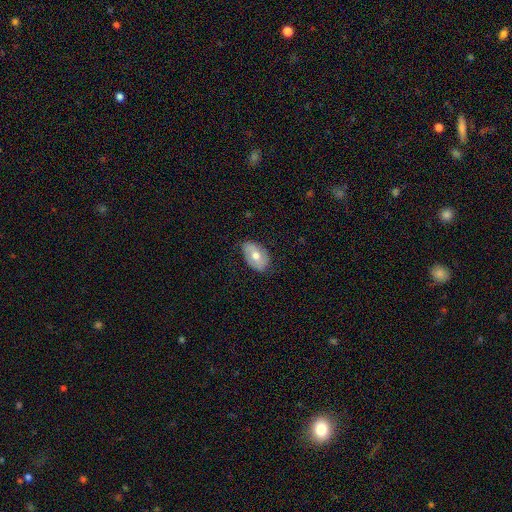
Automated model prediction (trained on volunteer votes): A smooth galaxy with no disk features (55%) that is in between round and cigar-shaped (88%). Merging: none (74%).